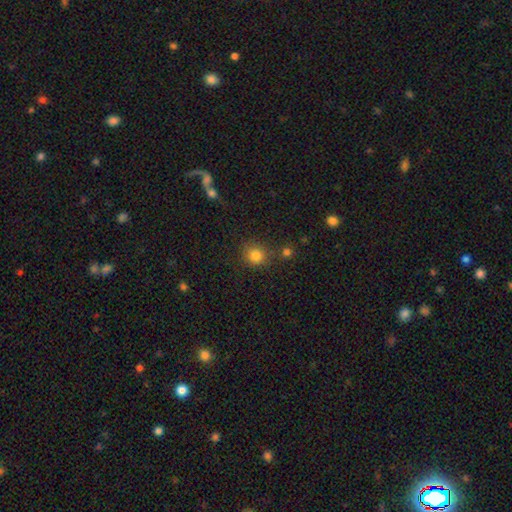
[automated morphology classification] This appears to be a smooth galaxy with no disk features (82%) that is round (89%). Merging: none (77%).